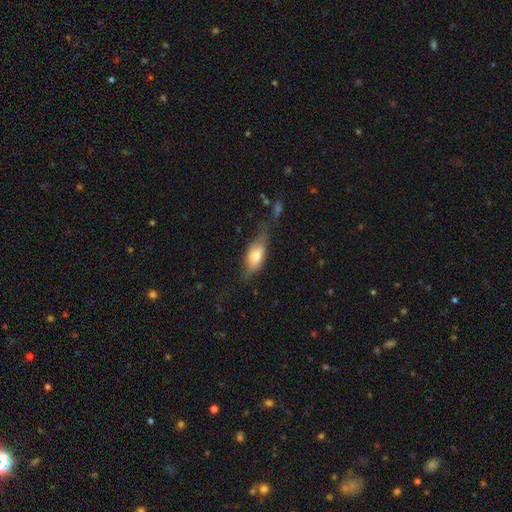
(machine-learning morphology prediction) Overall: smooth (67%). How rounded: in between (80%). Merging: none (43%; minor disturbance 32%).